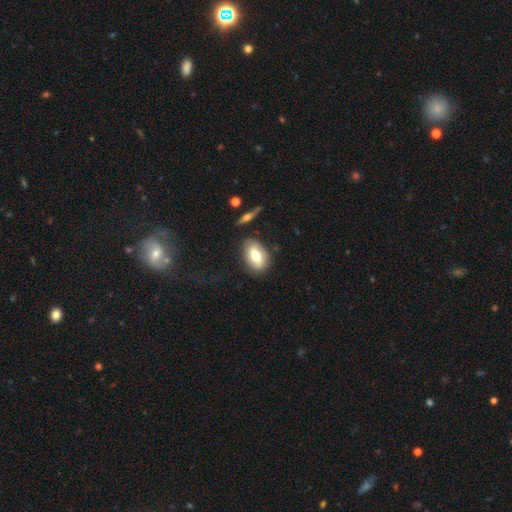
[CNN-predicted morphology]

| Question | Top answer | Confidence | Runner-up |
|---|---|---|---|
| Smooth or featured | smooth | 69% | featured or disk (24%) |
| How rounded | in between | 89% | round (8%) |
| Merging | none | 79% | minor disturbance (13%) |